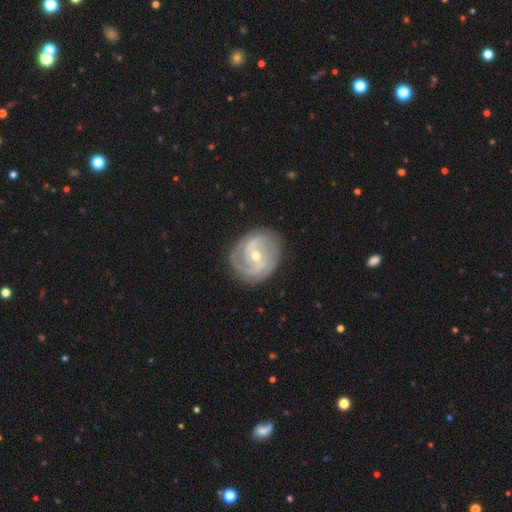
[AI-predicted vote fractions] Overall: featured or disk (84%). Edge-on disk: no (97%). Bar: weak (44%; no 39%). Spiral arms: yes (94%). Spiral arm count: 2 (64%). Spiral winding: tight (49%; medium 40%). Bulge size: small (51%; moderate 46%). Merging: none (80%).